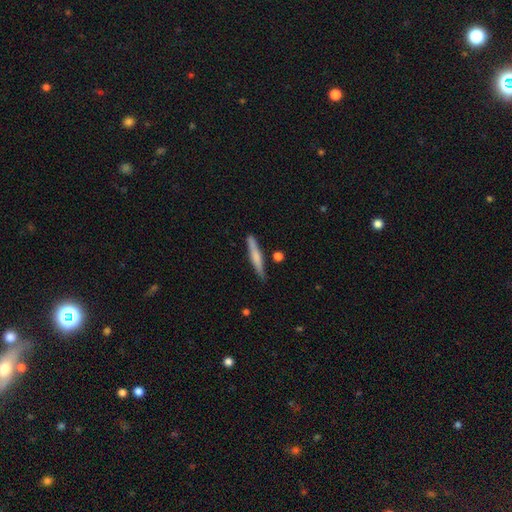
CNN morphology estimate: Smooth or featured: smooth — 61% (featured or disk — 34%)
How rounded: cigar-shaped — 94% (in between — 4%)
Merging: none — 83% (minor disturbance — 12%)